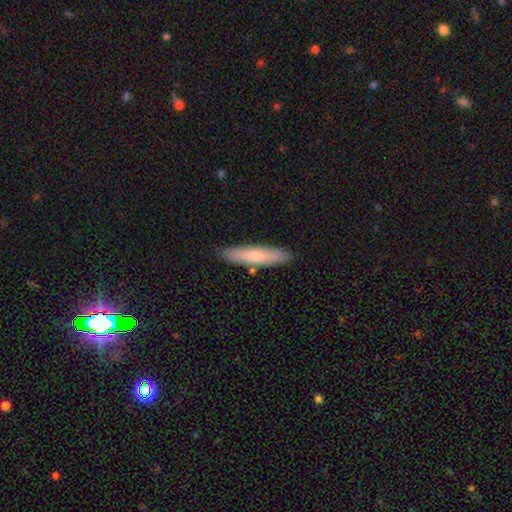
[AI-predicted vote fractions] Q: Smooth or featured?
A: smooth (68%); runner-up: featured or disk (26%)
Q: How rounded?
A: cigar-shaped (83%); runner-up: in between (15%)
Q: Merging?
A: none (86%); runner-up: minor disturbance (9%)